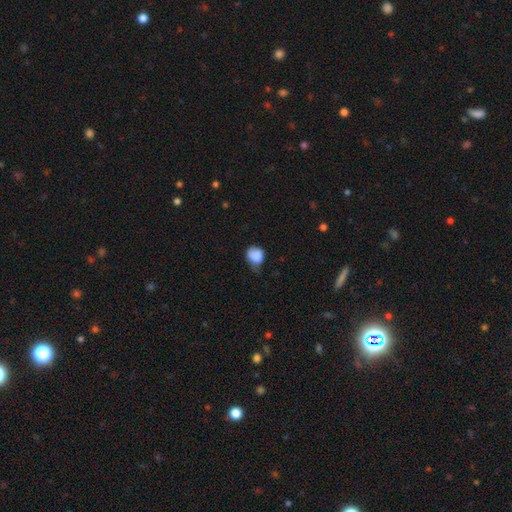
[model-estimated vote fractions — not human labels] The model was most divided on "merging": minor disturbance: 45%, none: 39%, major disturbance: 14%, merger: 2%. More confident: smooth or featured — smooth (86%); how rounded — round (69%).